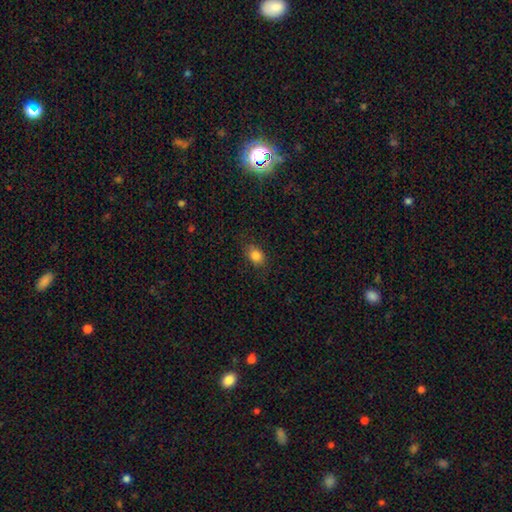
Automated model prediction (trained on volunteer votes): smooth-or-featured: smooth: 84% | star or artifact: 10% | featured or disk: 6%
  how-rounded: in between: 70% | round: 28% | cigar-shaped: 2%
  merging: none: 80% | minor disturbance: 15% | major disturbance: 4% | merger: 1%